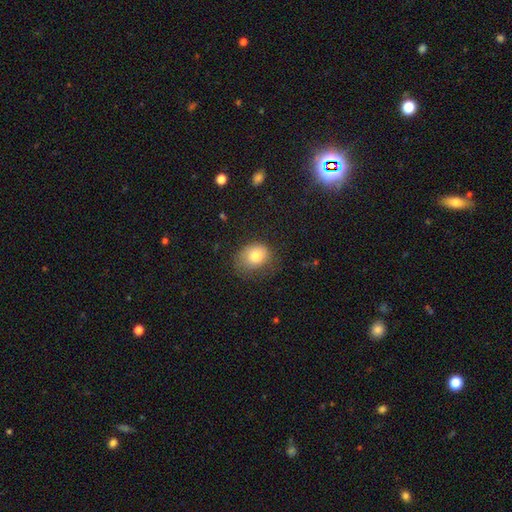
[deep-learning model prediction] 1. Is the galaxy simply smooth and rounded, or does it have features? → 78% smooth, 12% featured or disk, 10% star or artifact.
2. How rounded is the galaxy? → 50% in between, 49% round, 1% cigar-shaped.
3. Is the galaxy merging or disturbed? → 56% none, 28% minor disturbance, 14% major disturbance, 1% merger.